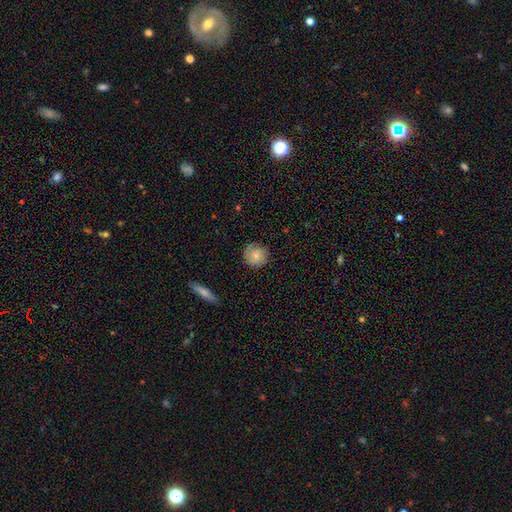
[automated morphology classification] Q: Smooth or featured?
A: smooth (70%); runner-up: featured or disk (22%)
Q: How rounded?
A: round (91%); runner-up: in between (7%)
Q: Merging?
A: none (80%); runner-up: minor disturbance (15%)